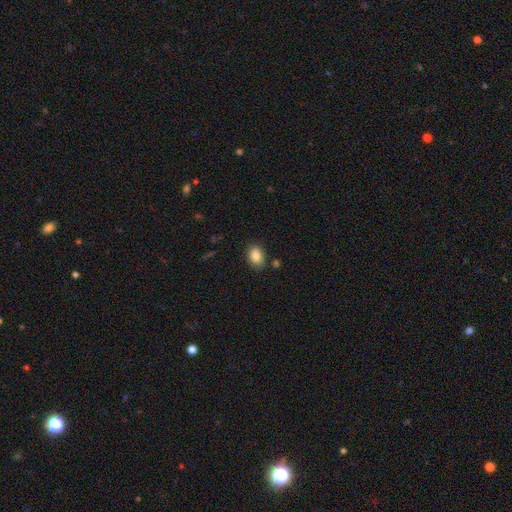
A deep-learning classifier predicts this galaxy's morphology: Smooth or featured? smooth (87%)
How rounded? in between (82%)
Merging? none (82%)